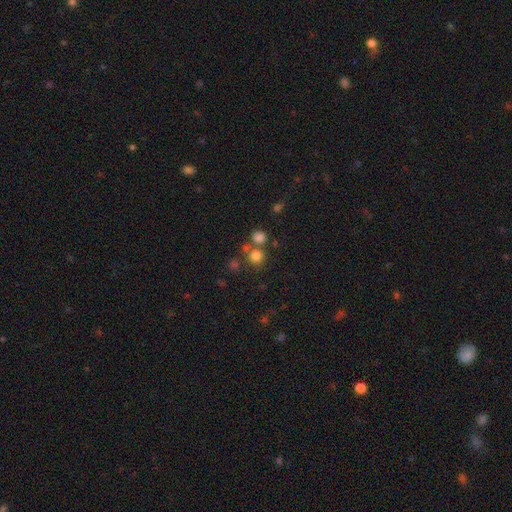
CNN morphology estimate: This appears to be a smooth galaxy with no disk features (76%) that is round (89%). Merging: none (63%).